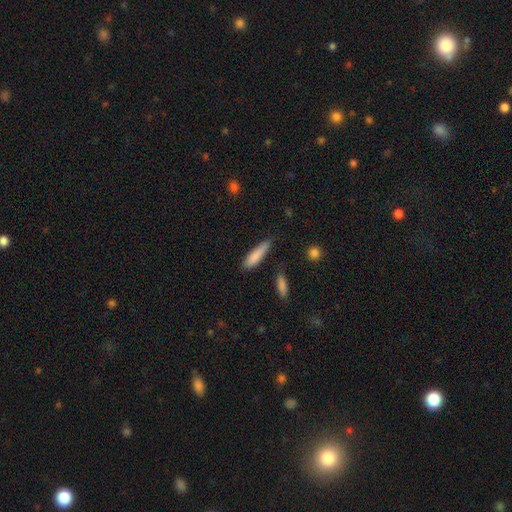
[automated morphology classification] Overall: smooth (84%). How rounded: cigar-shaped (73%). Merging: none (73%).